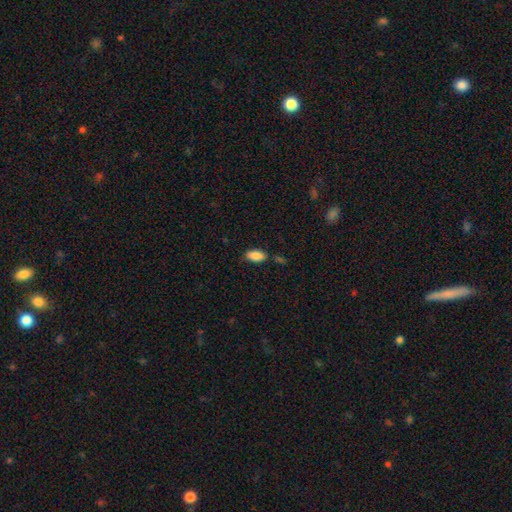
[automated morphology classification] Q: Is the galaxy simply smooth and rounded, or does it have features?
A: smooth — 87%.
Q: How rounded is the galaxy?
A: in between — 91%.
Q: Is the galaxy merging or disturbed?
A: none — 78%.